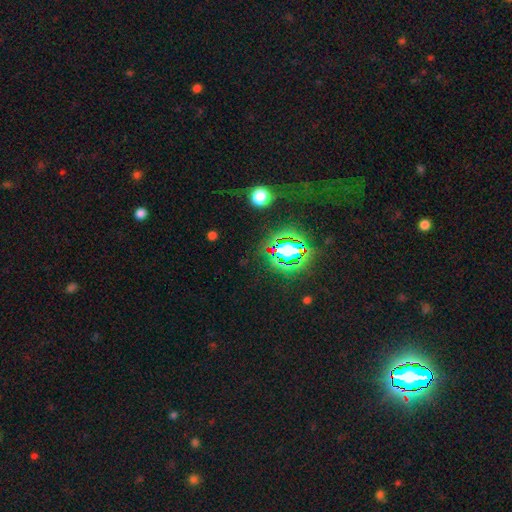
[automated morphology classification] type=star or artifact (79%).